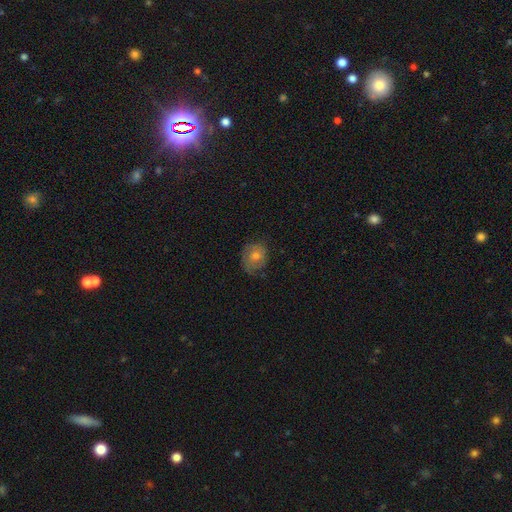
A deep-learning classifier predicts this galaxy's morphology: type=smooth (45%); merging=none (69%).